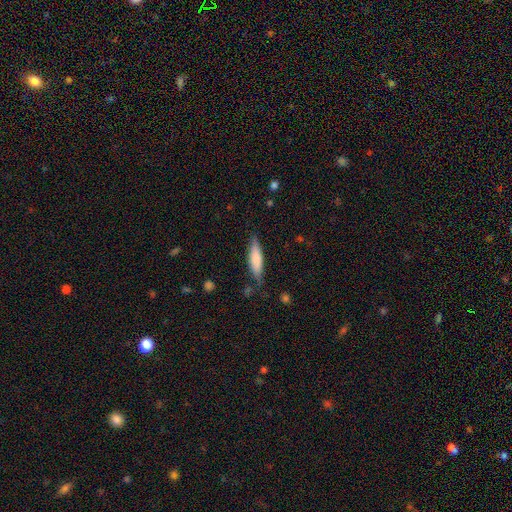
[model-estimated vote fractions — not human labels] Morphology: type=smooth (71%); roundness=cigar-shaped (68%); merging=none (78%).